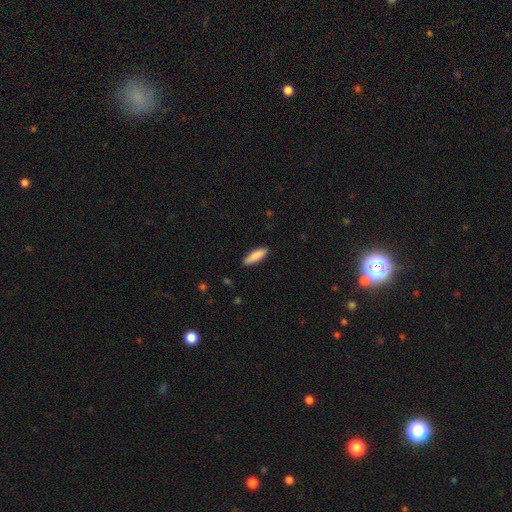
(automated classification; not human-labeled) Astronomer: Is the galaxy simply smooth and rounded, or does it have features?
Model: smooth — 87%.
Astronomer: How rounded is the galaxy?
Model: cigar-shaped — 62%.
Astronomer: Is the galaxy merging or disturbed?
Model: none — 89%.